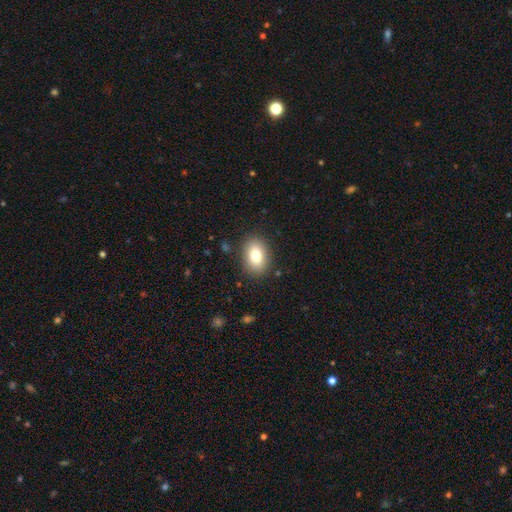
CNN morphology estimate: smooth 81%, featured or disk 10%, star or artifact 9%. Down the decision tree: how rounded — in between (80%); merging — none (87%).